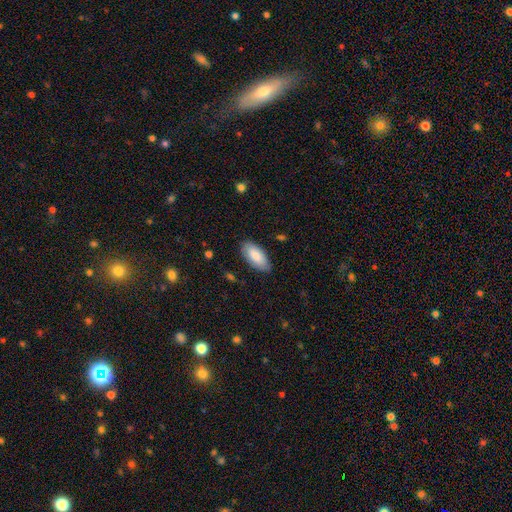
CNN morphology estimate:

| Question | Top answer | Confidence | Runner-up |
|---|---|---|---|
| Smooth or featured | smooth | 85% | featured or disk (10%) |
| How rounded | in between | 92% | cigar-shaped (7%) |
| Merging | none | 85% | minor disturbance (12%) |